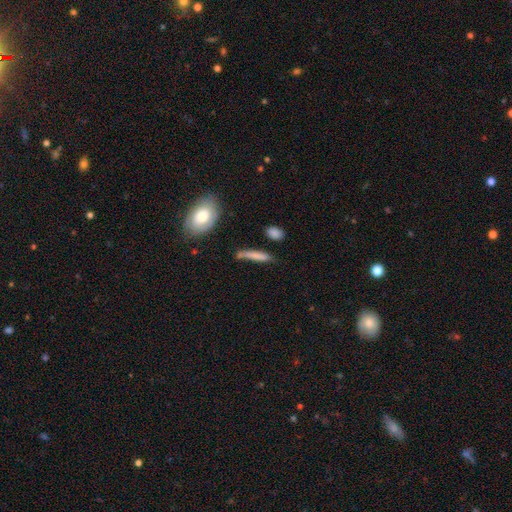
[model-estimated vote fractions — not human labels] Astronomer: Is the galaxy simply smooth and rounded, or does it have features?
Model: smooth — 73%.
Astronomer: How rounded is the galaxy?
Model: cigar-shaped — 86%.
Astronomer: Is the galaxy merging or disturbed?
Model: none — 65%.